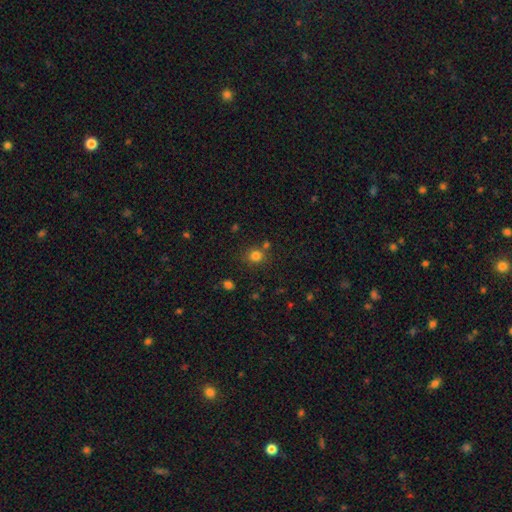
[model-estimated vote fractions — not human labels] smooth 79%, star or artifact 15%, featured or disk 6%. Down the decision tree: how rounded — round (79%); merging — none (72%).